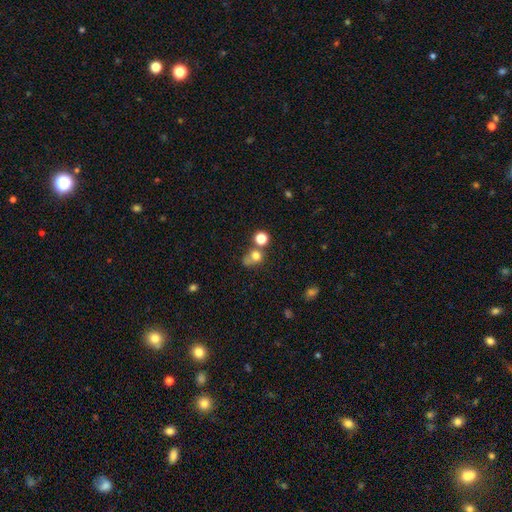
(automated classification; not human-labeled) smooth-or-featured: smooth: 71% | star or artifact: 17% | featured or disk: 12%
  how-rounded: round: 72% | in between: 26% | cigar-shaped: 1%
  merging: none: 41% | merger: 33% | minor disturbance: 15% | major disturbance: 11%